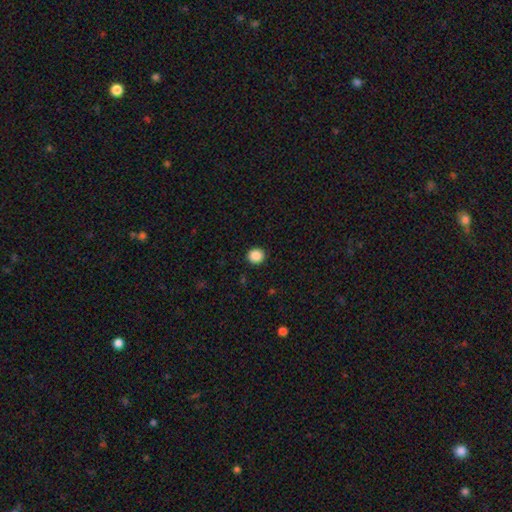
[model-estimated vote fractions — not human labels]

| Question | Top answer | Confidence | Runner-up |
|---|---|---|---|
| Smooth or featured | smooth | 88% | star or artifact (9%) |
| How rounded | round | 91% | in between (8%) |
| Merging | none | 93% | minor disturbance (5%) |